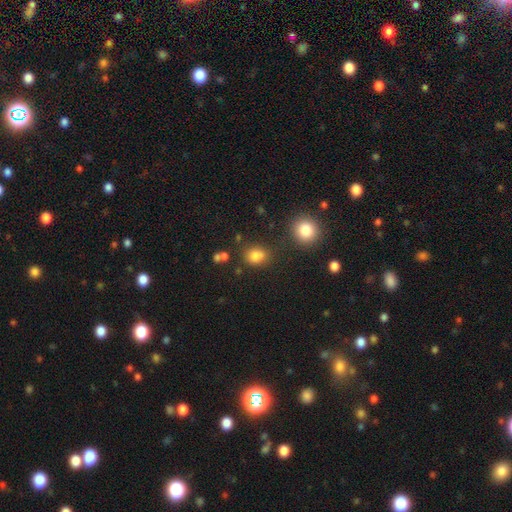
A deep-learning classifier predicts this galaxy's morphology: smooth_or_featured: smooth (p=0.79) [alt: star or artifact p=0.14]
how_rounded: round (p=0.52) [alt: in between p=0.47]
merging: none (p=0.66) [alt: minor disturbance p=0.15]